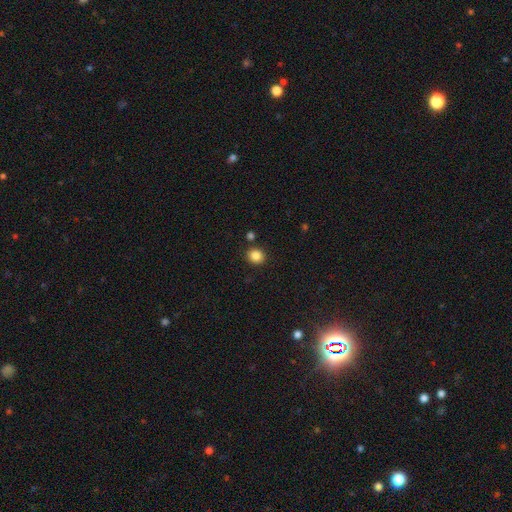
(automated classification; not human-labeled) This is clearly a smooth galaxy (85%). How rounded: clearly round (81%). Merging: clearly none (86%).